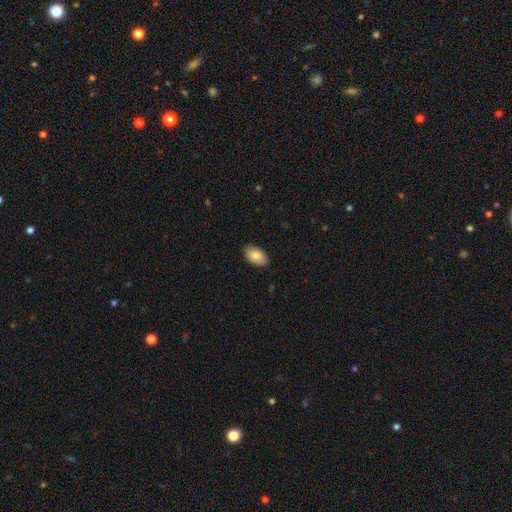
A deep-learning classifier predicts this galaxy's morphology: smooth_or_featured: smooth (p=0.85) [alt: featured or disk p=0.09]
how_rounded: in between (p=0.94) [alt: round p=0.04]
merging: none (p=0.87) [alt: minor disturbance p=0.10]